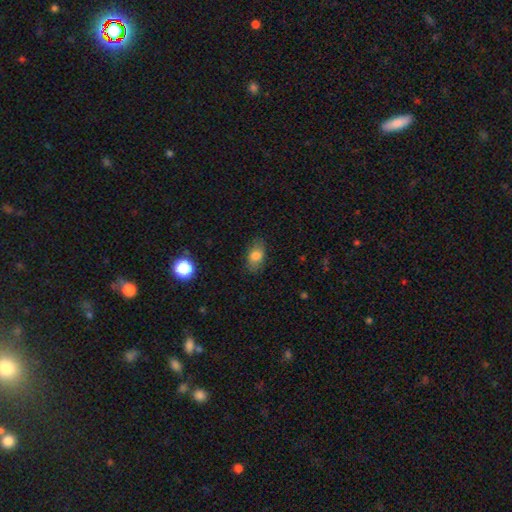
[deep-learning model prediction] smooth 80%, featured or disk 11%, star or artifact 9%. Down the decision tree: how rounded — in between (87%); merging — none (82%).